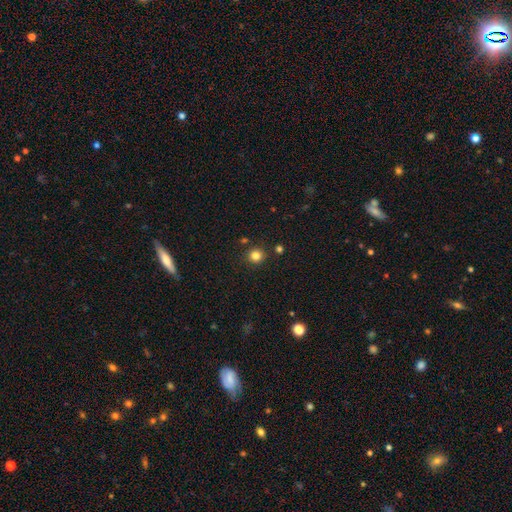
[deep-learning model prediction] A smooth galaxy with no disk features (82%) that is round (93%). Merging: none (88%).